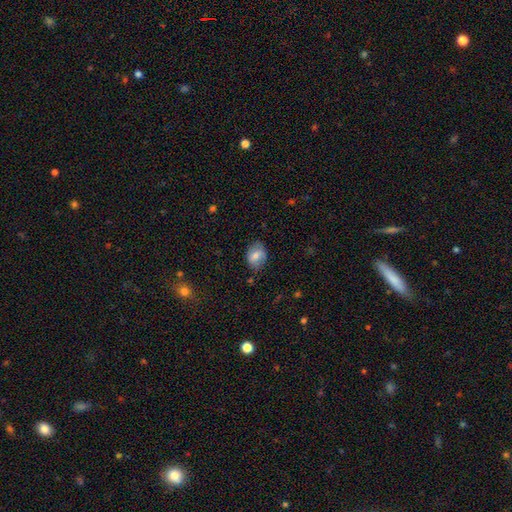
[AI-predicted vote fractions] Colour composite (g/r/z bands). It shows a smooth galaxy with no disk features (70%) that is in between round and cigar-shaped (69%). Merging: none (75%).